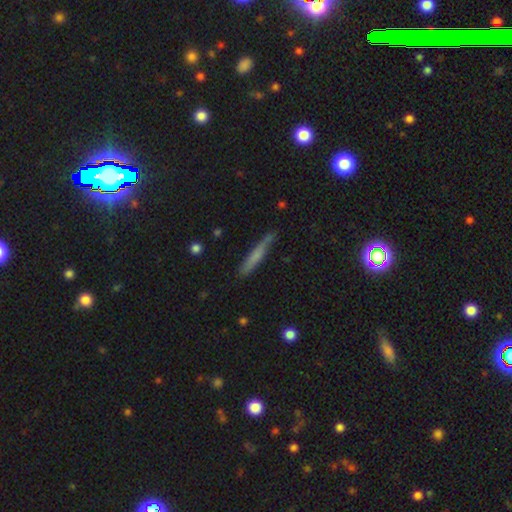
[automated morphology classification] type=smooth (61%); roundness=cigar-shaped (94%); merging=none (78%).